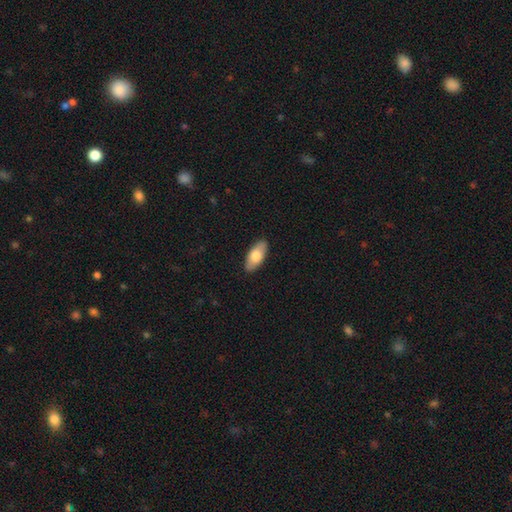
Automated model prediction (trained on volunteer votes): smooth 73%, featured or disk 21%, star or artifact 5%. Down the decision tree: how rounded — in between (90%); merging — none (89%).